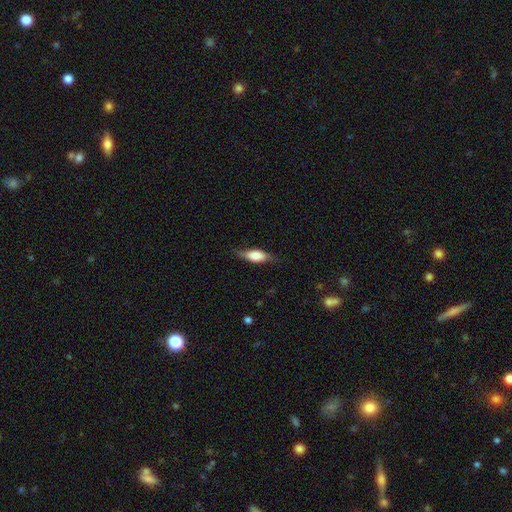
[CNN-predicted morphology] Smooth or featured?
  - smooth: 65% *
  - featured or disk: 29%
  - star or artifact: 7%
How rounded?
  - in between: 66% *
  - cigar-shaped: 31%
  - round: 3%
Merging?
  - none: 74% *
  - minor disturbance: 20%
  - major disturbance: 5%
  - merger: 1%